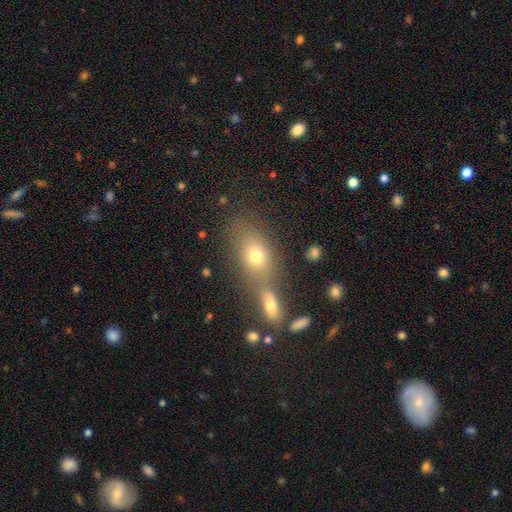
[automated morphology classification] This appears to be a smooth galaxy with no disk features (72%) that is in between round and cigar-shaped (73%). Merging: none (47%).